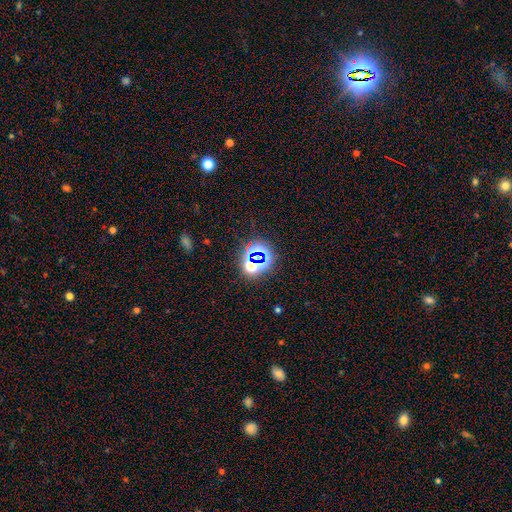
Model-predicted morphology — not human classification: smooth-or-featured: star or artifact: 71% | smooth: 19% | featured or disk: 10%